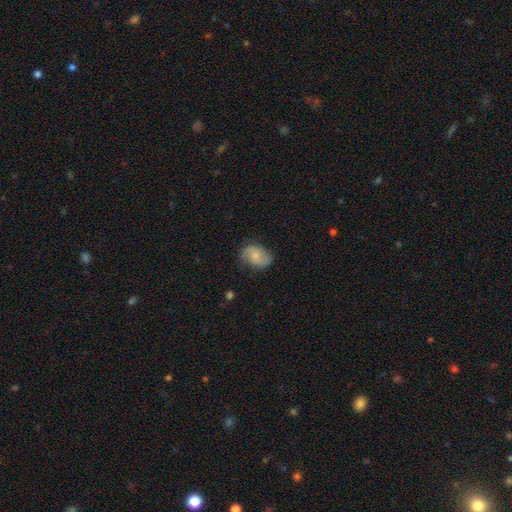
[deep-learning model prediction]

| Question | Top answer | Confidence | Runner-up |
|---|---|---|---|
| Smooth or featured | featured or disk | 54% | smooth (38%) |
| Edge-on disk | no | 97% | yes (3%) |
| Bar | no | 60% | weak (35%) |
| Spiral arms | yes | 88% | no (12%) |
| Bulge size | small | 47% | moderate (42%) |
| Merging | none | 73% | minor disturbance (20%) |